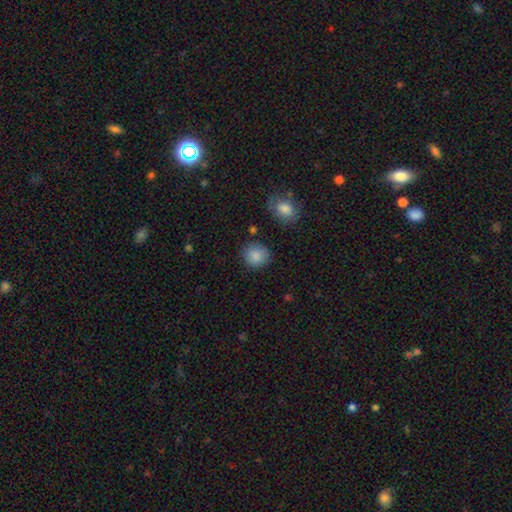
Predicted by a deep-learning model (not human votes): Smooth or featured?
  - smooth: 87% *
  - star or artifact: 8%
  - featured or disk: 5%
How rounded?
  - round: 84% *
  - in between: 15%
  - cigar-shaped: 1%
Merging?
  - none: 81% *
  - minor disturbance: 13%
  - major disturbance: 3%
  - merger: 3%